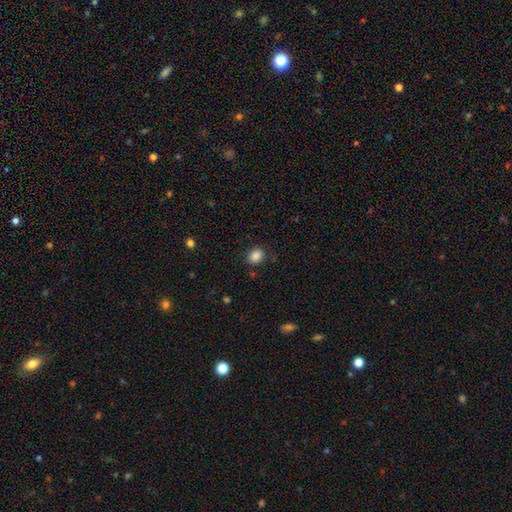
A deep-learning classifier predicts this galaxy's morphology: smooth-or-featured: smooth: 86% | star or artifact: 10% | featured or disk: 4%
  how-rounded: round: 55% | in between: 45% | cigar-shaped: 1%
  merging: none: 83% | minor disturbance: 11% | major disturbance: 3% | merger: 2%